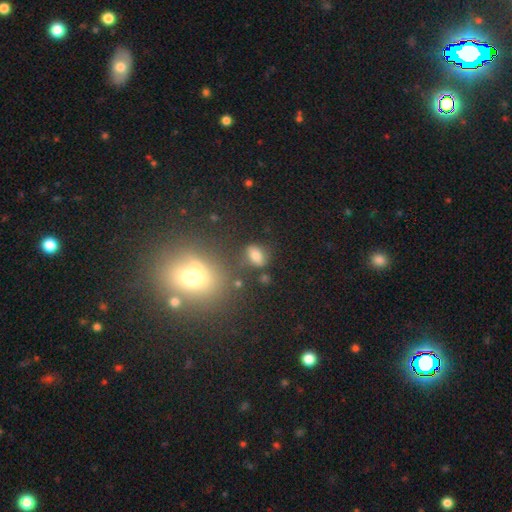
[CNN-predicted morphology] Smooth or featured? Predicted: smooth (p=0.73). How rounded? Predicted: in between (p=0.79). Merging? Predicted: none (p=0.67).